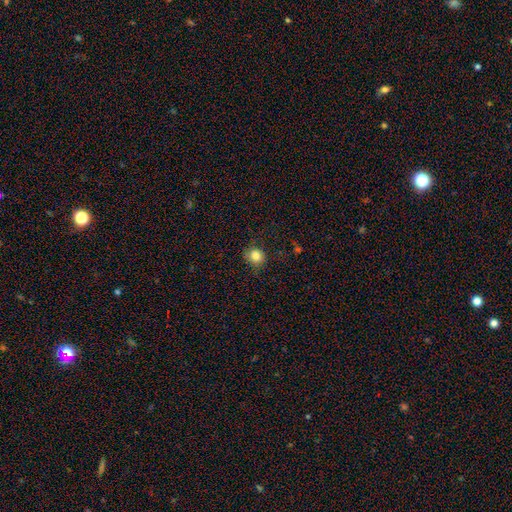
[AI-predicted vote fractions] Smooth or featured? smooth (83%)
How rounded? round (79%)
Merging? none (79%)